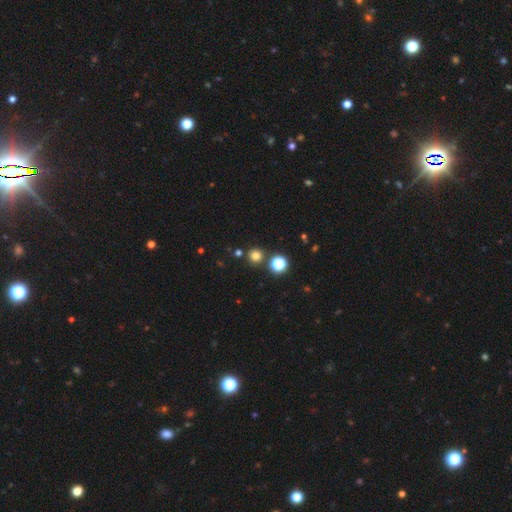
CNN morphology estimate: This is likely a smooth galaxy (75%). How rounded: clearly round (94%). Merging: clearly none (83%).